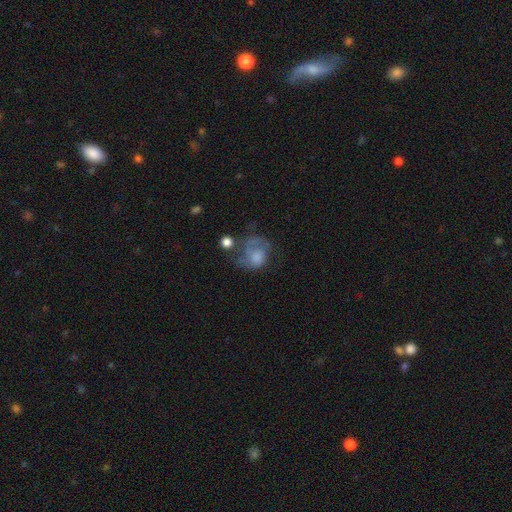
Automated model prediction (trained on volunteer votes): Overall: smooth (54%; featured or disk 36%). How rounded: round (62%; in between 37%). Merging: major disturbance (38%; none 28%).